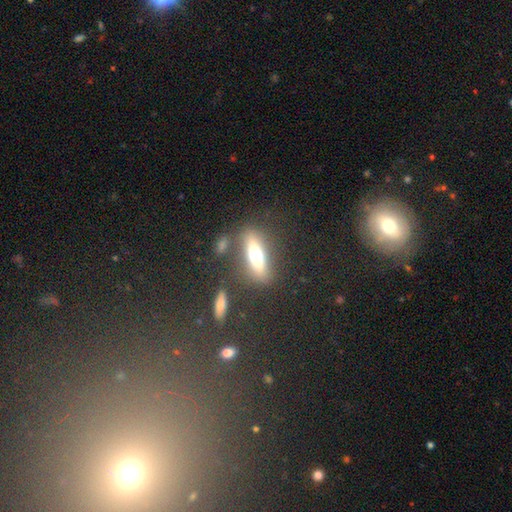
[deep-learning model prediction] The model was most divided on "how rounded": cigar-shaped: 51%, in between: 44%, round: 4%. More confident: merging — none (75%); smooth or featured — smooth (53%).